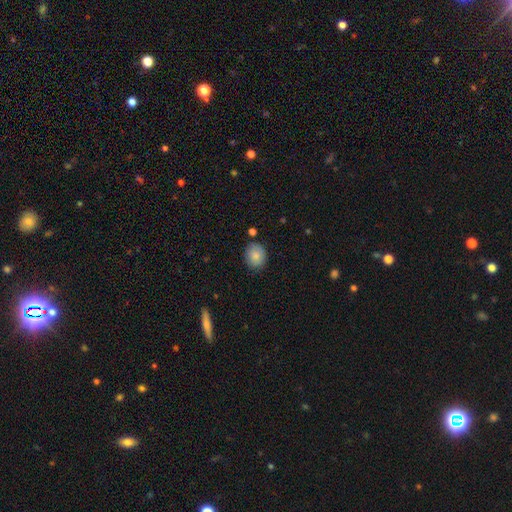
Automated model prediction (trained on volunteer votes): smooth_or_featured: smooth (p=0.85) [alt: featured or disk p=0.08]
how_rounded: round (p=0.64) [alt: in between p=0.35]
merging: none (p=0.82) [alt: minor disturbance p=0.12]